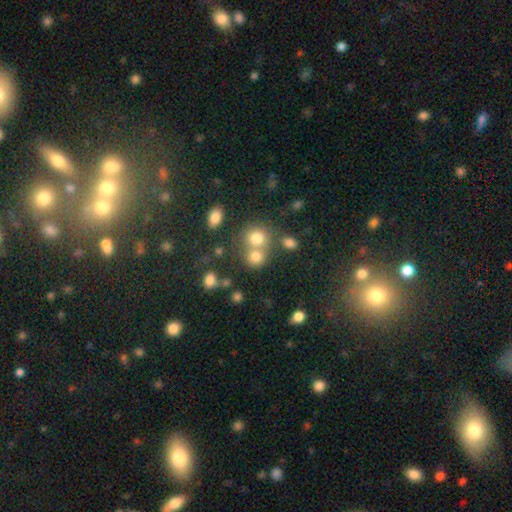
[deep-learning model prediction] Overall: smooth (72%). How rounded: round (80%). Merging: none (46%; merger 42%).